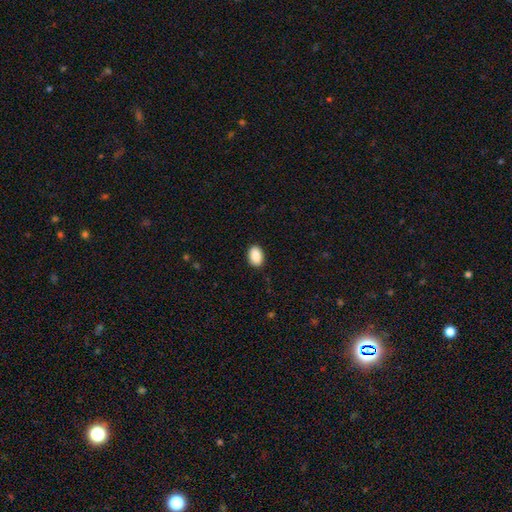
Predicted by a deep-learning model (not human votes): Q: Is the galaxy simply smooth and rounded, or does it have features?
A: smooth — 90%.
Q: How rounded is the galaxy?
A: in between — 86%.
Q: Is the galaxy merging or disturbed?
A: none — 89%.